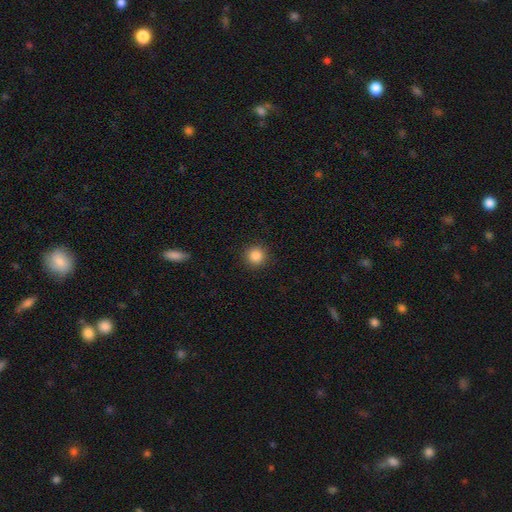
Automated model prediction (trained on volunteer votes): The model was most divided on "smooth or featured": smooth: 86%, star or artifact: 11%, featured or disk: 3%. More confident: how rounded — round (95%); merging — none (92%).